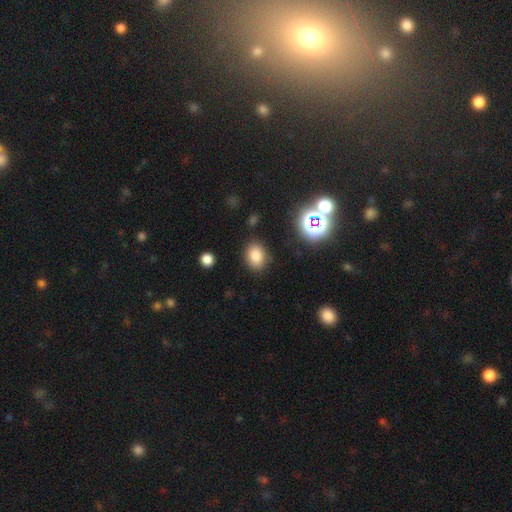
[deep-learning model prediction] This is likely a smooth galaxy (80%). How rounded: likely in between (68%). Merging: clearly none (84%).